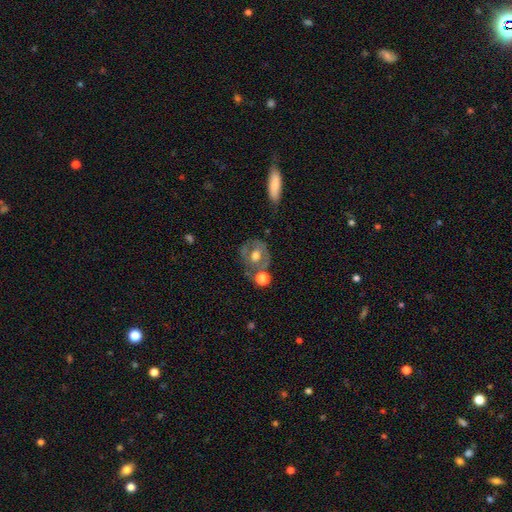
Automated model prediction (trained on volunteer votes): The model was most divided on "smooth or featured": featured or disk: 51%, smooth: 41%, star or artifact: 8%. More confident: edge-on disk — no (95%); merging — none (54%).